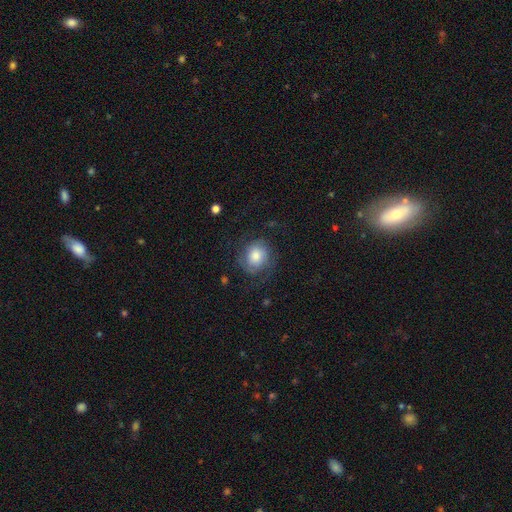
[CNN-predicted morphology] The model was most divided on "smooth or featured": featured or disk: 47%, smooth: 44%, star or artifact: 9%. More confident: merging — none (65%).